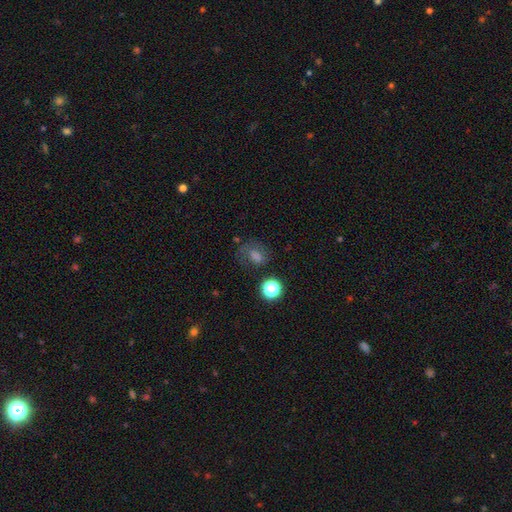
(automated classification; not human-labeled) Q: Smooth or featured?
A: smooth (50%); runner-up: star or artifact (31%)
Q: How rounded?
A: in between (54%); runner-up: round (44%)
Q: Merging?
A: none (59%); runner-up: minor disturbance (21%)